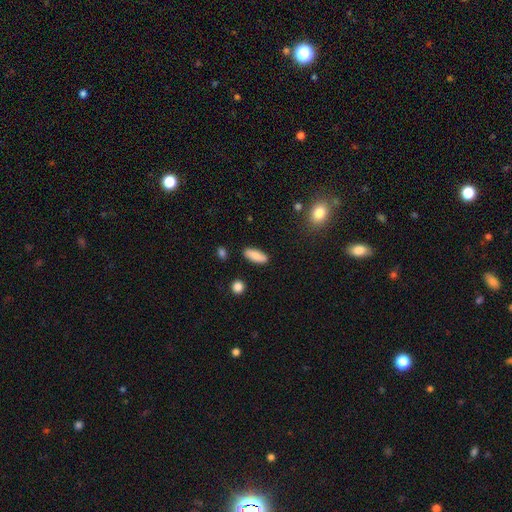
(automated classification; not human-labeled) Smooth or featured: smooth — 84% (featured or disk — 9%)
How rounded: in between — 65% (cigar-shaped — 32%)
Merging: none — 87% (minor disturbance — 9%)